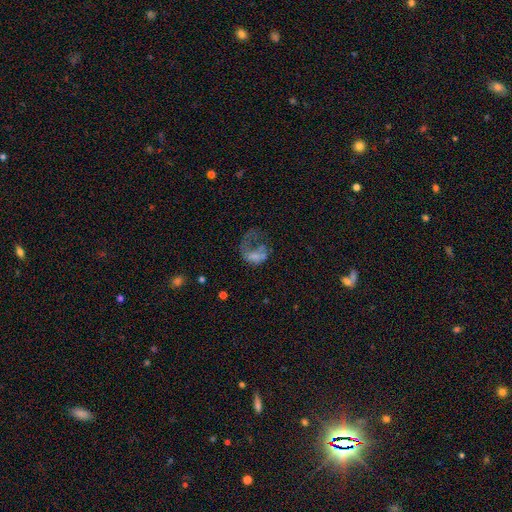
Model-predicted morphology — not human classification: type=featured or disk (46%); merging=major disturbance (62%).